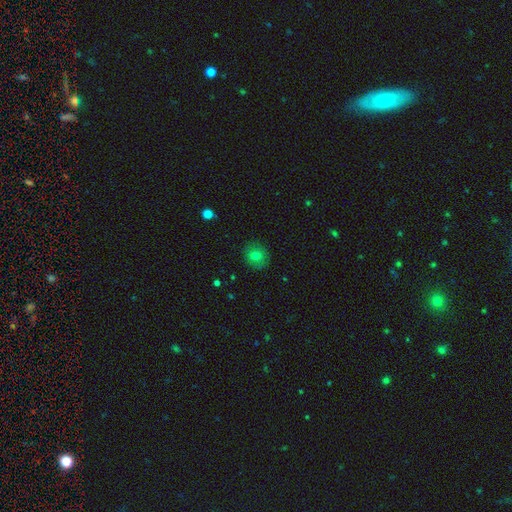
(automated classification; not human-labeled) This appears to be a smooth galaxy with no disk features (76%) that is round (85%). Merging: none (88%).